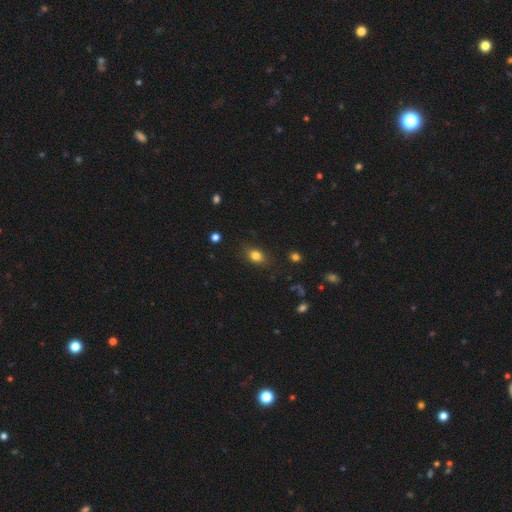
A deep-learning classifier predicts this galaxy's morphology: type=smooth (81%); roundness=in between (67%); merging=none (81%).